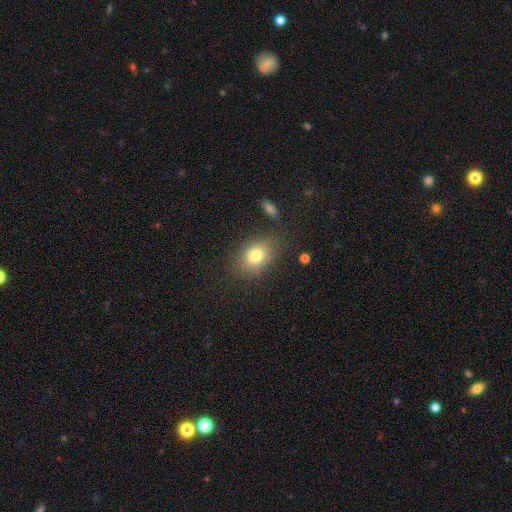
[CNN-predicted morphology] The model was most divided on "how rounded": in between: 69%, round: 30%, cigar-shaped: 1%. More confident: smooth or featured — smooth (79%); merging — none (78%).